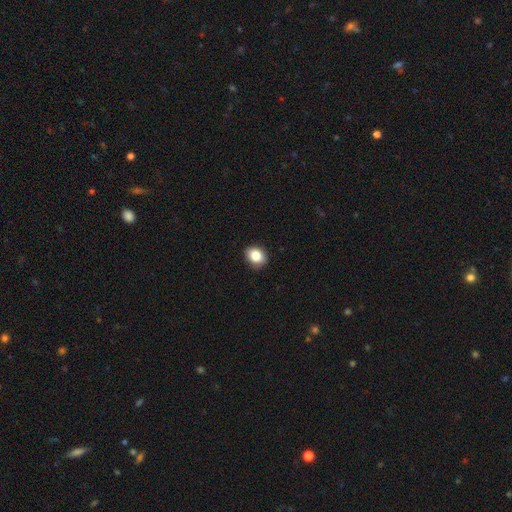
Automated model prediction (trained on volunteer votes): Smooth or featured? smooth (84%)
How rounded? round (52%)
Merging? none (87%)